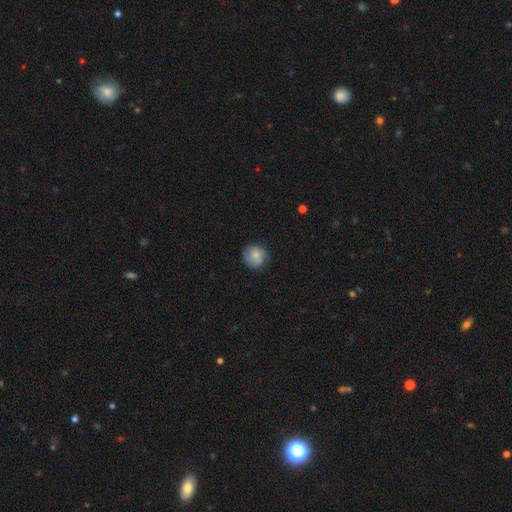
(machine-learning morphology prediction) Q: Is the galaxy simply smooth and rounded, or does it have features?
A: smooth — 79%.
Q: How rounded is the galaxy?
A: round — 91%.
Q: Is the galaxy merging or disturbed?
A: none — 81%.